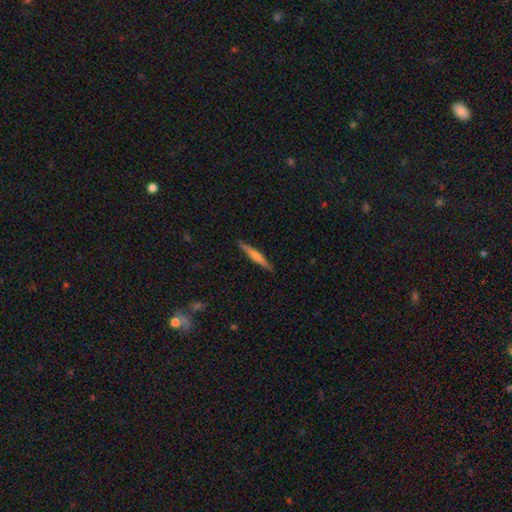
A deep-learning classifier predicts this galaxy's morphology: smooth-or-featured: featured or disk: 54% | smooth: 40% | star or artifact: 6%
  disk-edge-on: yes: 97% | no: 3%
    edge-on-bulge: rounded: 62% | none: 26% | boxy: 13%
  merging: none: 91% | minor disturbance: 6% | major disturbance: 1% | merger: 1%